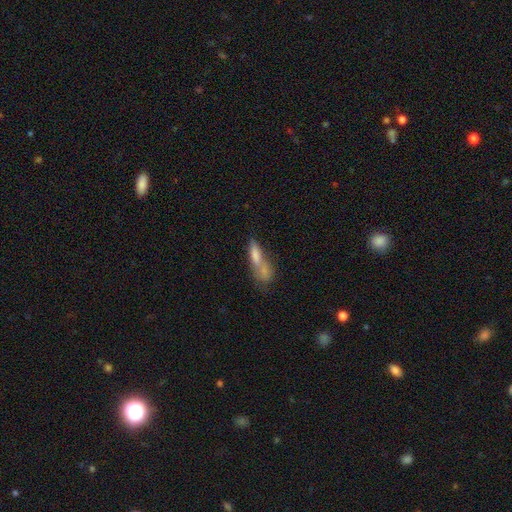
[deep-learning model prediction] smooth_or_featured: smooth (p=0.68) [alt: featured or disk p=0.22]
how_rounded: in between (p=0.49) [alt: cigar-shaped p=0.46]
merging: merger (p=0.53) [alt: none p=0.28]